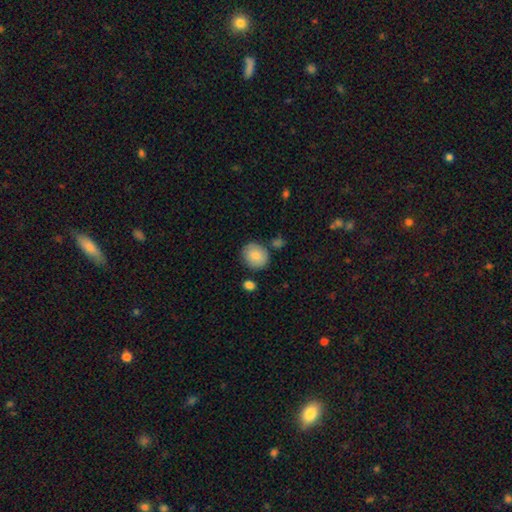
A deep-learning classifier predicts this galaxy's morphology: The model was most divided on "how rounded": round: 76%, in between: 23%, cigar-shaped: 1%. More confident: smooth or featured — smooth (81%); merging — none (77%).